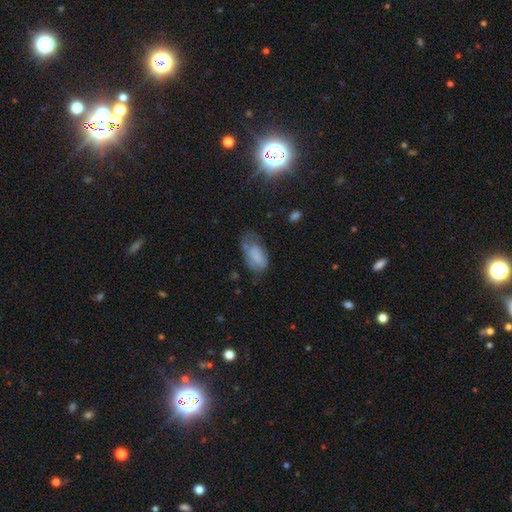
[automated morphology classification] smooth_or_featured: smooth (p=0.69) [alt: featured or disk p=0.21]
how_rounded: in between (p=0.92) [alt: round p=0.04]
merging: none (p=0.39) [alt: minor disturbance p=0.36]